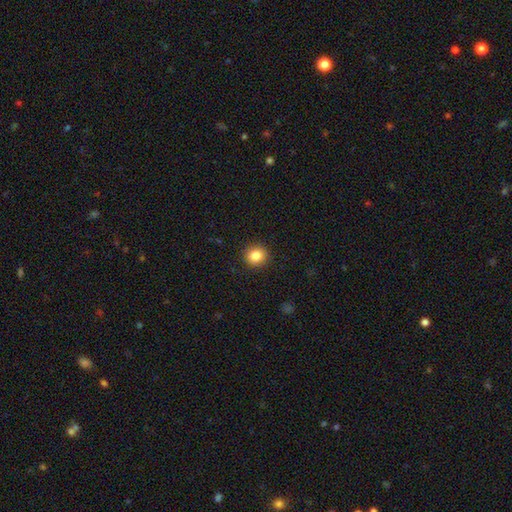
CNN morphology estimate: Smooth or featured?
  - smooth: 84% *
  - star or artifact: 10%
  - featured or disk: 6%
How rounded?
  - round: 89% *
  - in between: 11%
  - cigar-shaped: 1%
Merging?
  - none: 92% *
  - minor disturbance: 6%
  - major disturbance: 2%
  - merger: 1%